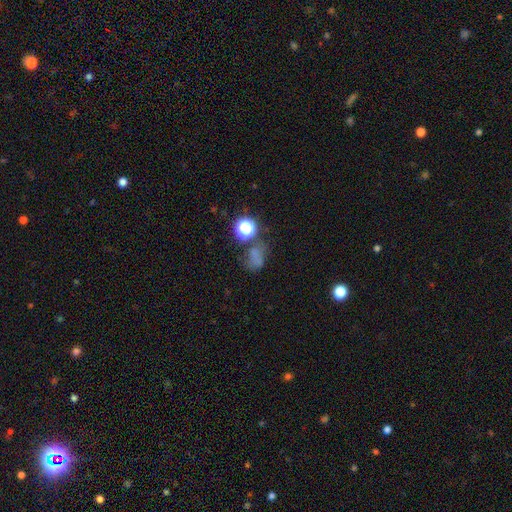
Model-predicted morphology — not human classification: This is possibly a smooth galaxy (57%). How rounded: possibly in between (53%). Merging: marginally none (44%).